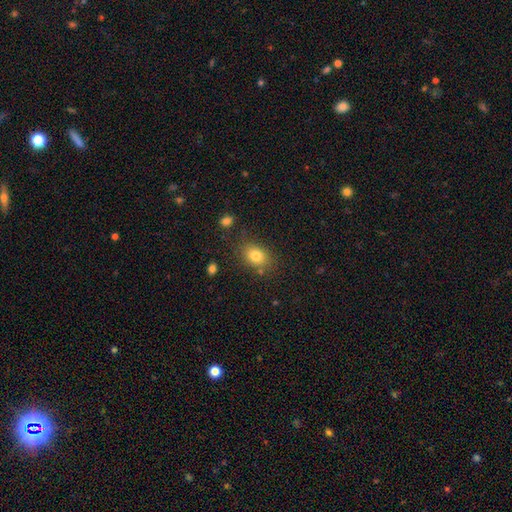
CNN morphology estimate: Smooth or featured?
  - smooth: 81% *
  - star or artifact: 10%
  - featured or disk: 9%
How rounded?
  - in between: 72% *
  - round: 26%
  - cigar-shaped: 1%
Merging?
  - none: 78% *
  - minor disturbance: 13%
  - major disturbance: 4%
  - merger: 4%